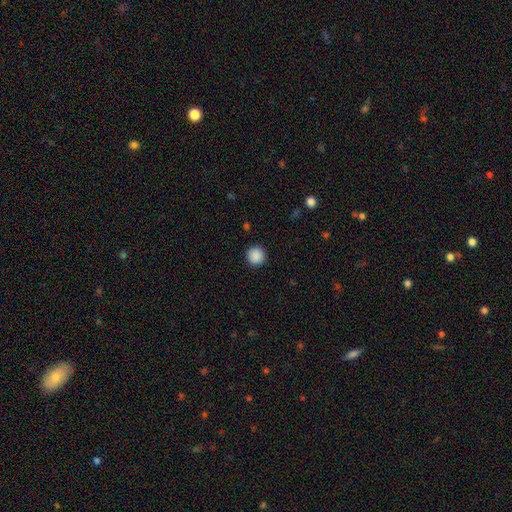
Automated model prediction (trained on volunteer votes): Smooth or featured? Predicted: smooth (p=0.89). How rounded? Predicted: round (p=0.95). Merging? Predicted: none (p=0.92).